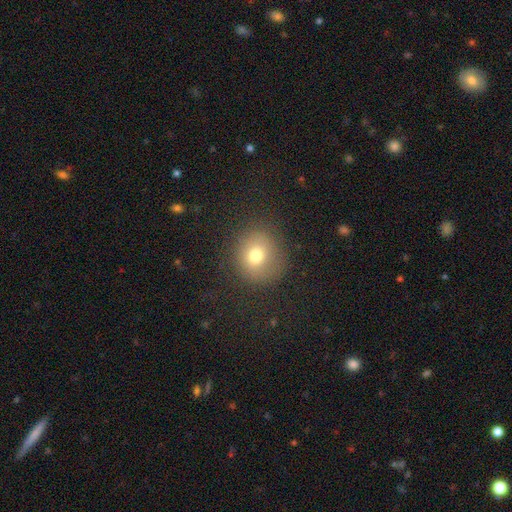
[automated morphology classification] Q: Smooth or featured?
A: smooth (73%); runner-up: star or artifact (15%)
Q: How rounded?
A: round (82%); runner-up: in between (17%)
Q: Merging?
A: none (79%); runner-up: minor disturbance (12%)